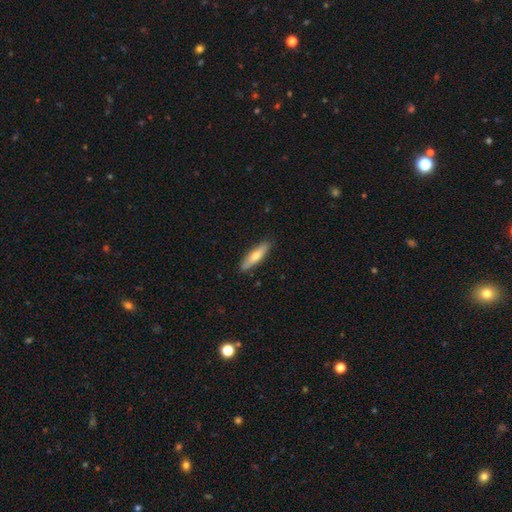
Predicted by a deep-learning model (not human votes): A smooth galaxy with no disk features (61%) that is cigar-shaped (75%).

Vote fractions:
- Smooth or featured? smooth: 61% / featured or disk: 33% / star or artifact: 6%
- How rounded? cigar-shaped: 75% / in between: 24% / round: 2%
- Merging? none: 89% / minor disturbance: 8% / major disturbance: 2% / merger: 1%